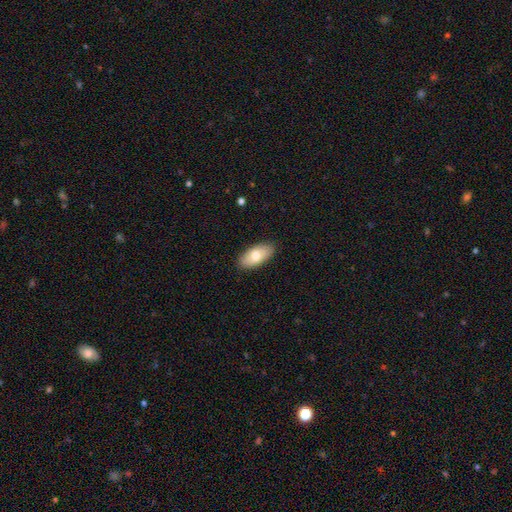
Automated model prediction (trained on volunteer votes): Smooth or featured? smooth (75%)
How rounded? in between (92%)
Merging? none (88%)